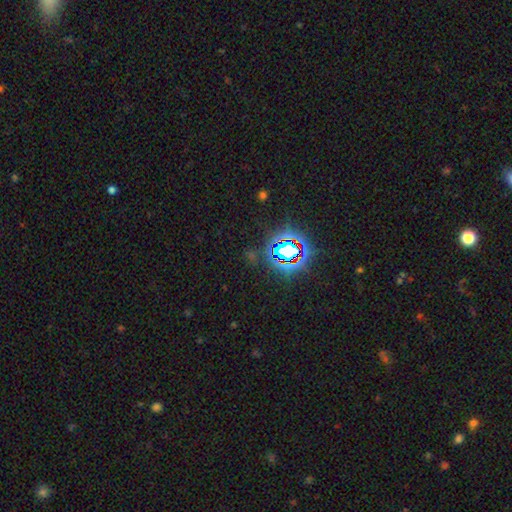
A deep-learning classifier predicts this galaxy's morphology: smooth_or_featured: star or artifact (p=0.77) [alt: smooth p=0.15]